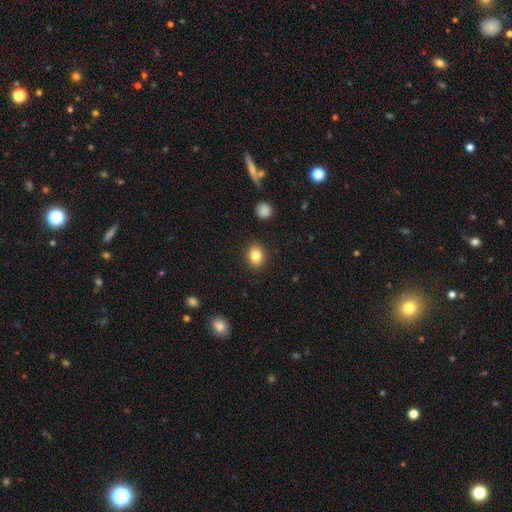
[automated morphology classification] type=smooth (83%); roundness=round (57%); merging=none (89%).